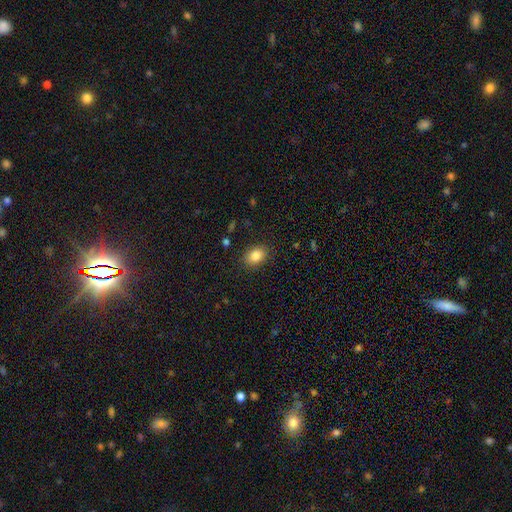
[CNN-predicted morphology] The model was most divided on "how rounded": in between: 71%, round: 28%, cigar-shaped: 1%. More confident: merging — none (87%); smooth or featured — smooth (84%).